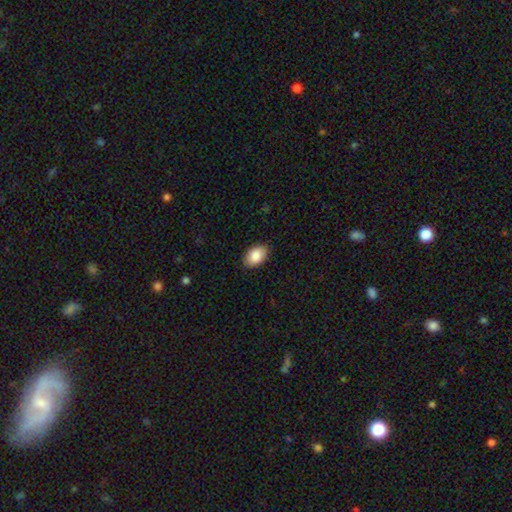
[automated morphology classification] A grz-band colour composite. It shows a smooth galaxy with no disk features (88%) that is in between round and cigar-shaped (90%). Merging: none (88%).